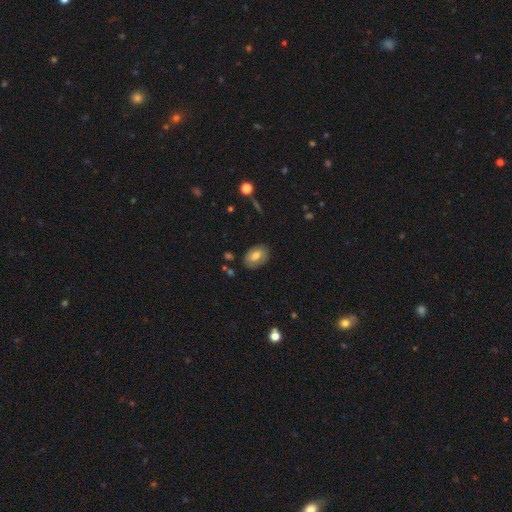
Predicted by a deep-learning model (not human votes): smooth_or_featured: smooth (p=0.70) [alt: featured or disk p=0.23]
how_rounded: in between (p=0.85) [alt: round p=0.14]
merging: none (p=0.82) [alt: minor disturbance p=0.13]